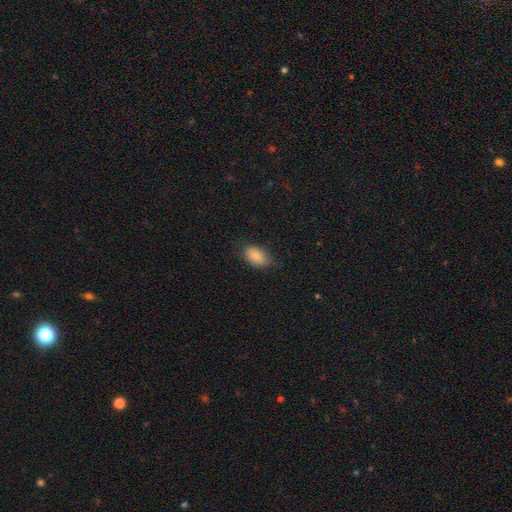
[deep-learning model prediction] Overall: smooth (85%). How rounded: in between (88%). Merging: none (77%).